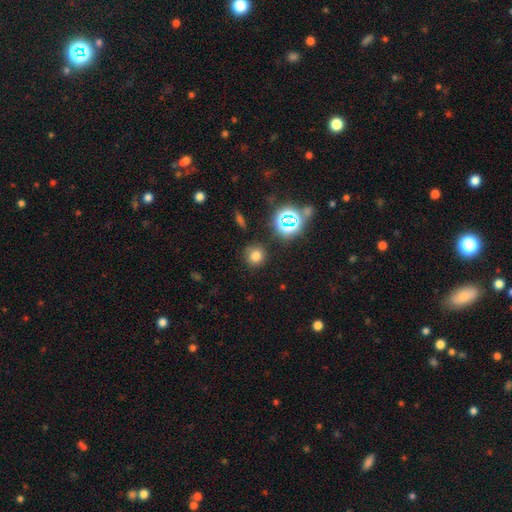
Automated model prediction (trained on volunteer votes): This appears to be a smooth galaxy with no disk features (72%) that is round (90%). Merging: none (85%).